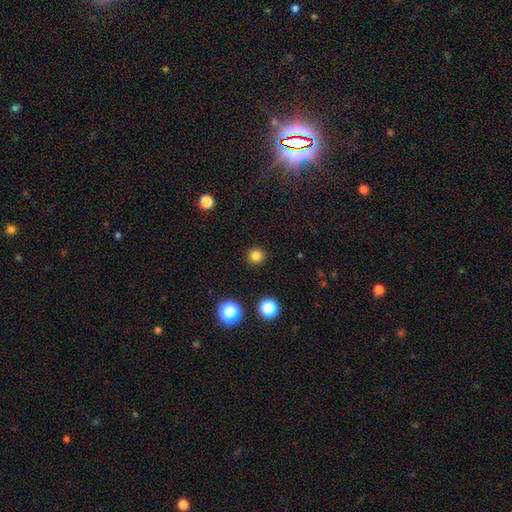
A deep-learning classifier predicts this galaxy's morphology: Overall: smooth (81%). How rounded: round (94%). Merging: none (92%).